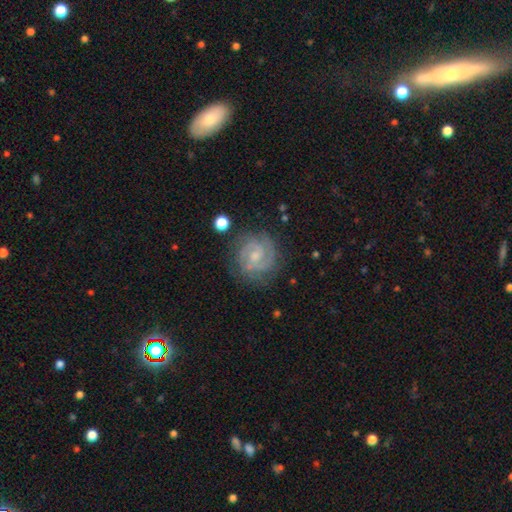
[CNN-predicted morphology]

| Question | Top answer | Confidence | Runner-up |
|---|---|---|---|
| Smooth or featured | featured or disk | 84% | smooth (10%) |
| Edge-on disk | no | 98% | yes (2%) |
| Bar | weak | 47% | no (43%) |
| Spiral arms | yes | 97% | no (3%) |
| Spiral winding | tight | 64% | medium (31%) |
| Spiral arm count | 2 | 68% | 3 (14%) |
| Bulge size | small | 57% | moderate (30%) |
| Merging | none | 79% | minor disturbance (14%) |